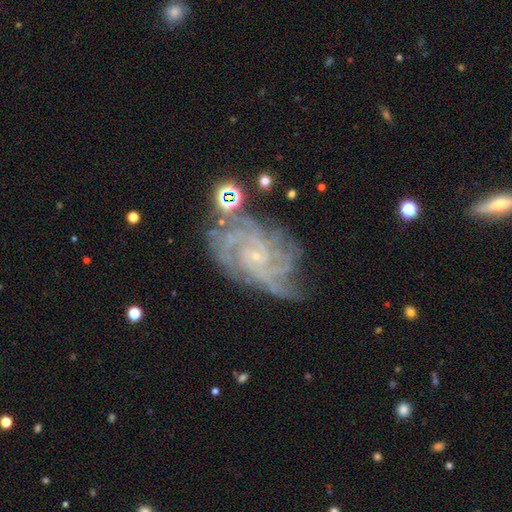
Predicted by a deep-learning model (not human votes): Smooth or featured?
  - featured or disk: 87% *
  - star or artifact: 8%
  - smooth: 5%
Edge-on disk?
  - no: 97% *
  - yes: 3%
Bar?
  - no: 68% *
  - weak: 25%
  - strong: 6%
Spiral arms?
  - yes: 97% *
  - no: 3%
Spiral winding?
  - tight: 66% *
  - medium: 28%
  - loose: 6%
Spiral arm count?
  - 4: 31% *
  - can't tell: 22%
  - 3: 15%
  - more than 4: 15%
  - 2: 10%
  - 1: 8%
Bulge size?
  - small: 85% *
  - moderate: 9%
  - none: 4%
  - large: 1%
  - dominant: 1%
Merging?
  - none: 61% *
  - minor disturbance: 23%
  - major disturbance: 12%
  - merger: 5%